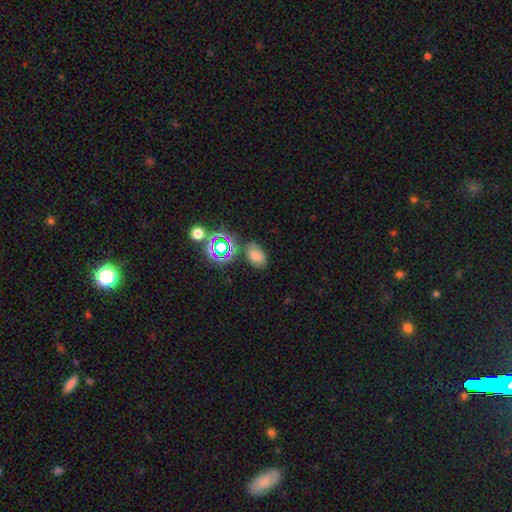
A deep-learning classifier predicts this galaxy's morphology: This is likely a smooth galaxy (63%). How rounded: clearly in between (82%). Merging: likely none (71%).